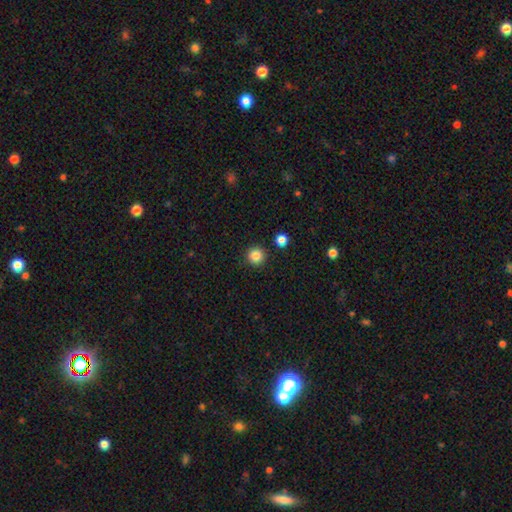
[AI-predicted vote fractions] A smooth galaxy with no disk features (86%) that is round (95%).

Vote fractions:
- Smooth or featured? smooth: 86% / star or artifact: 11% / featured or disk: 4%
- How rounded? round: 95% / in between: 4% / cigar-shaped: 1%
- Merging? none: 92% / minor disturbance: 5% / merger: 2% / major disturbance: 2%